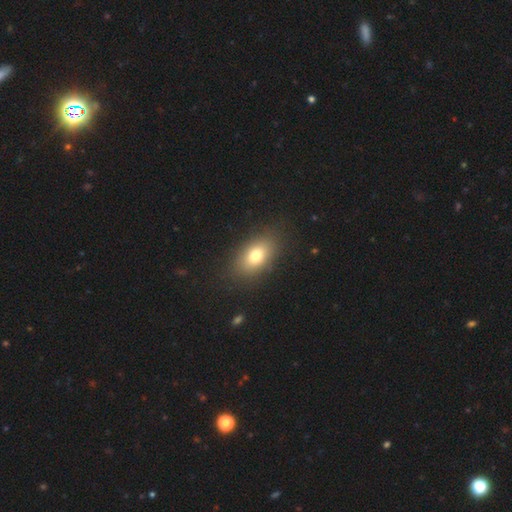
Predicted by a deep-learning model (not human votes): Smooth or featured: smooth — 75% (featured or disk — 15%)
How rounded: in between — 83% (round — 14%)
Merging: none — 85% (minor disturbance — 10%)